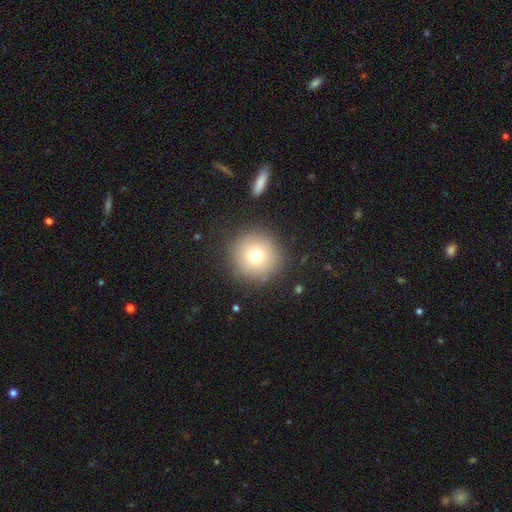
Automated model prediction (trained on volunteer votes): Morphology: type=smooth (74%); roundness=round (95%); merging=none (88%).